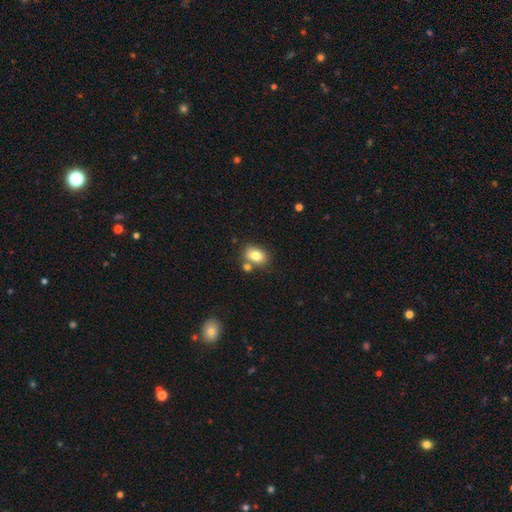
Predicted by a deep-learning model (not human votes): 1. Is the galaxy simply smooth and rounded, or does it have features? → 81% smooth, 10% featured or disk, 9% star or artifact.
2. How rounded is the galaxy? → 77% in between, 22% round, 1% cigar-shaped.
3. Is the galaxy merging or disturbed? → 66% none, 18% merger, 12% minor disturbance, 3% major disturbance.